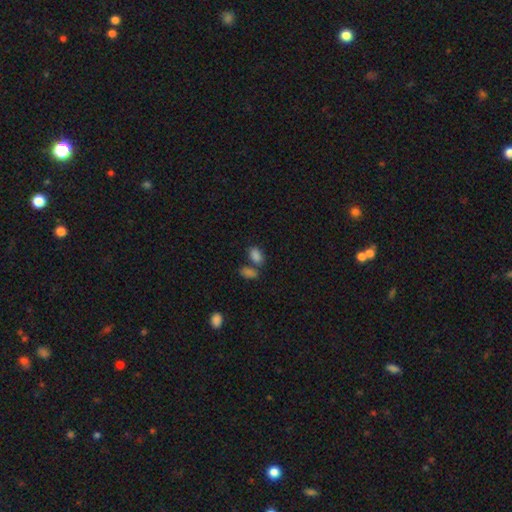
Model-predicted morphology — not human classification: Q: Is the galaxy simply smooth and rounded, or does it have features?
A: smooth — 83%.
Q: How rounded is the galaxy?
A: in between — 89%.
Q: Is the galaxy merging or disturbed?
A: none — 46%.